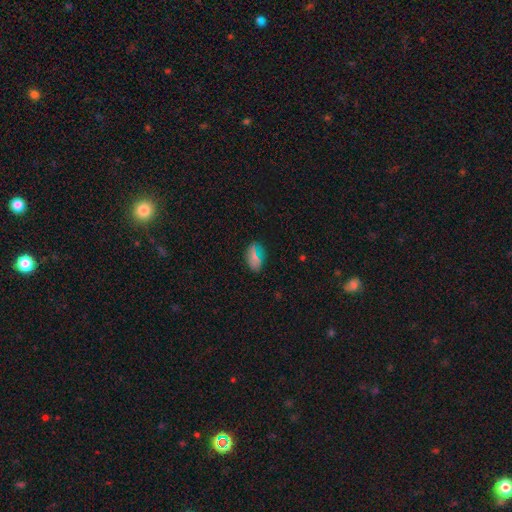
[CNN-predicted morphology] smooth_or_featured: smooth (p=0.67) [alt: star or artifact p=0.23]
how_rounded: in between (p=0.89) [alt: round p=0.08]
merging: none (p=0.82) [alt: minor disturbance p=0.13]